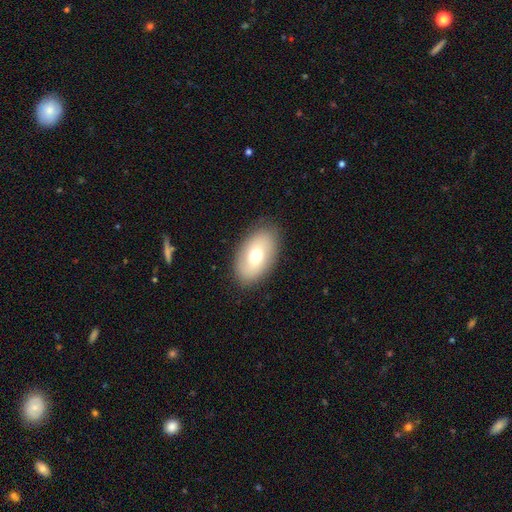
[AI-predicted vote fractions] This is likely a smooth galaxy (66%). How rounded: clearly in between (91%). Merging: clearly none (85%).